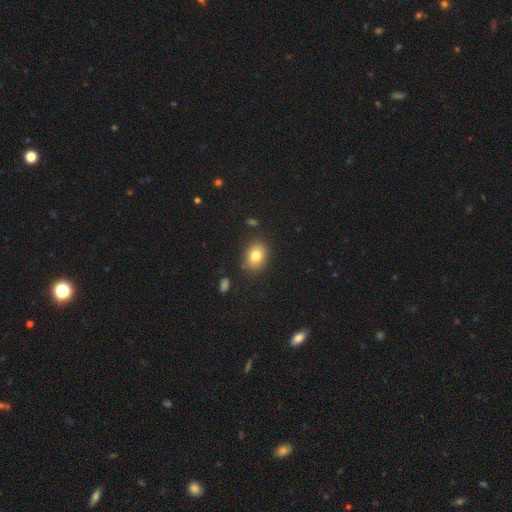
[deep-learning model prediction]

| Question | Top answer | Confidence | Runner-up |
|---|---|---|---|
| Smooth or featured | smooth | 80% | star or artifact (10%) |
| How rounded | in between | 62% | round (36%) |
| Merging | none | 84% | minor disturbance (10%) |